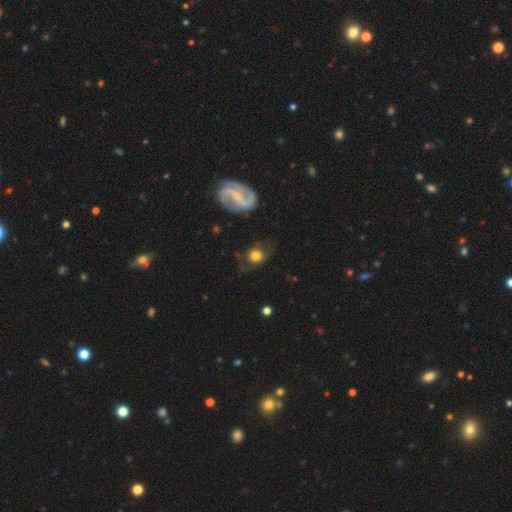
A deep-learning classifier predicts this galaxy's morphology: smooth_or_featured: smooth (p=0.58) [alt: featured or disk p=0.32]
how_rounded: round (p=0.76) [alt: in between p=0.22]
merging: none (p=0.63) [alt: minor disturbance p=0.20]